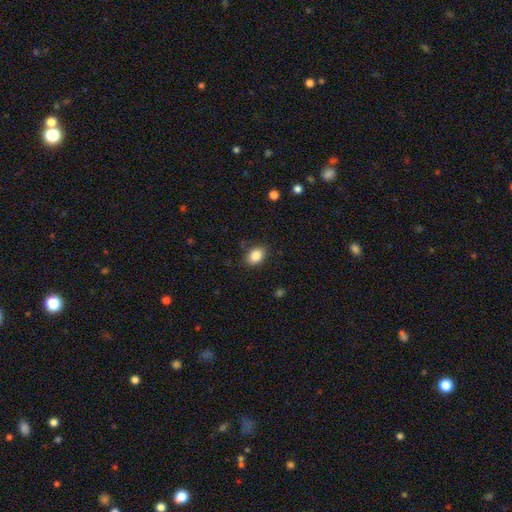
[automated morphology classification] Smooth or featured? smooth (87%)
How rounded? in between (71%)
Merging? none (83%)